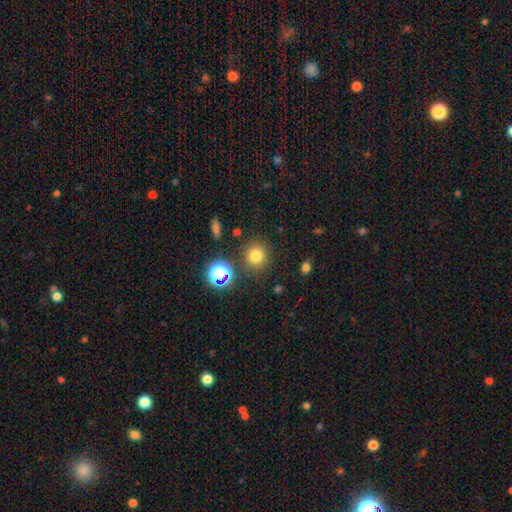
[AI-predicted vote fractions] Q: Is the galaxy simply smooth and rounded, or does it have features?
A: smooth — 76%.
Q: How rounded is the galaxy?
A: round — 91%.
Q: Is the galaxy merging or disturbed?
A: none — 86%.